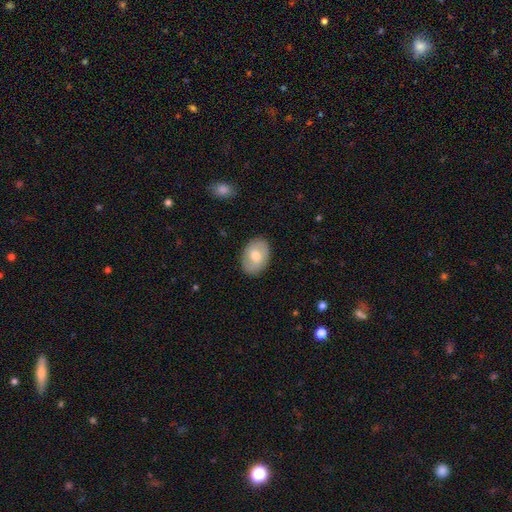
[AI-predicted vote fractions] This is likely a smooth galaxy (65%). How rounded: likely in between (76%). Merging: clearly none (87%).